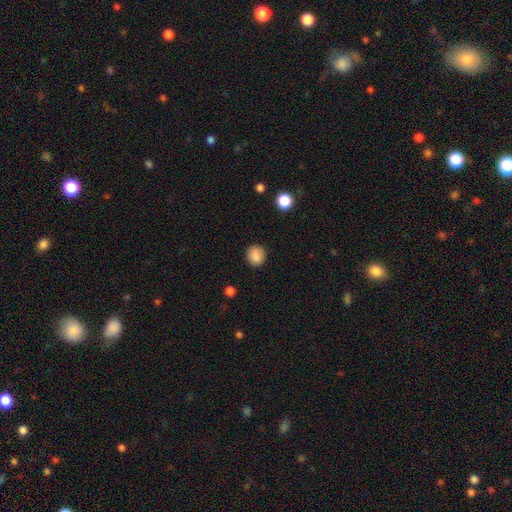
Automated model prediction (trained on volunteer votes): Smooth or featured? smooth (87%)
How rounded? round (85%)
Merging? none (88%)